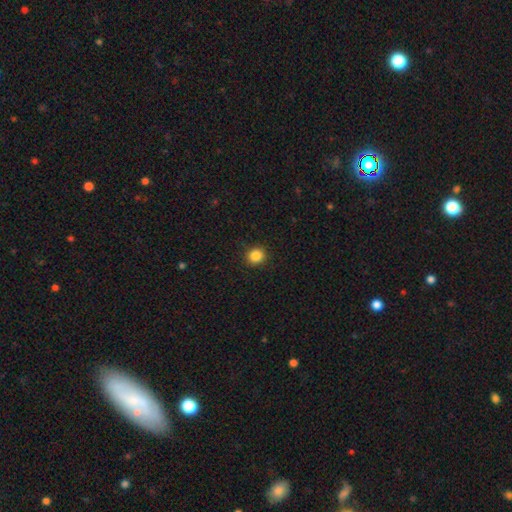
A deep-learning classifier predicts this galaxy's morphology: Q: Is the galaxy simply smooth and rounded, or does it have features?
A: smooth — 86%.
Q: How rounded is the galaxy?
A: round — 89%.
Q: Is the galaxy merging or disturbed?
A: none — 91%.